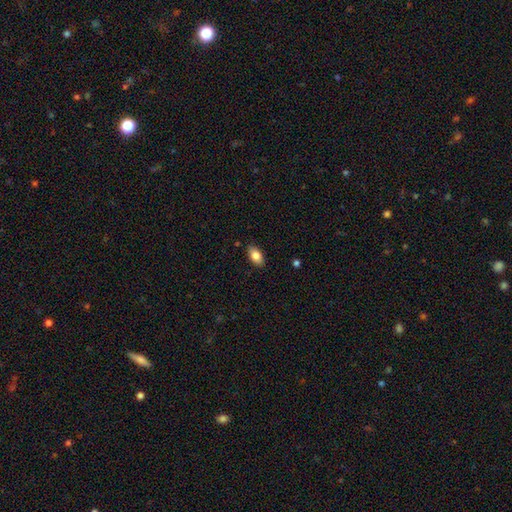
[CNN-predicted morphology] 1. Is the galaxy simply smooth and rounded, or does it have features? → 83% smooth, 10% featured or disk, 7% star or artifact.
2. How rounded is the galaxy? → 92% in between, 4% round, 4% cigar-shaped.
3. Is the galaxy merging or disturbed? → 86% none, 10% minor disturbance, 2% major disturbance, 1% merger.